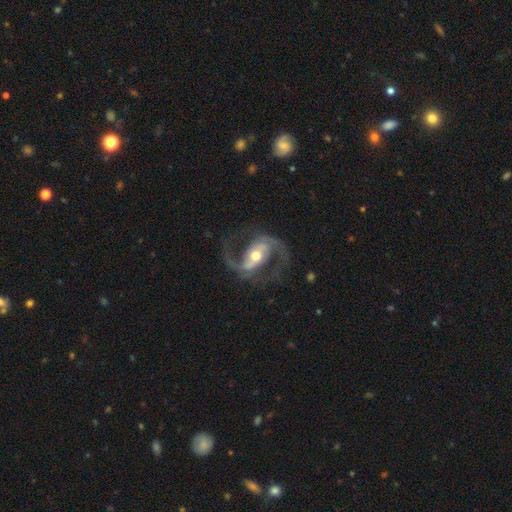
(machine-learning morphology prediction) Overall: featured or disk (92%). Edge-on disk: no (97%). Bar: strong (43%; weak 36%). Spiral arms: yes (98%). Spiral arm count: 2 (94%). Spiral winding: medium (55%; loose 35%). Bulge size: moderate (69%). Merging: none (78%).